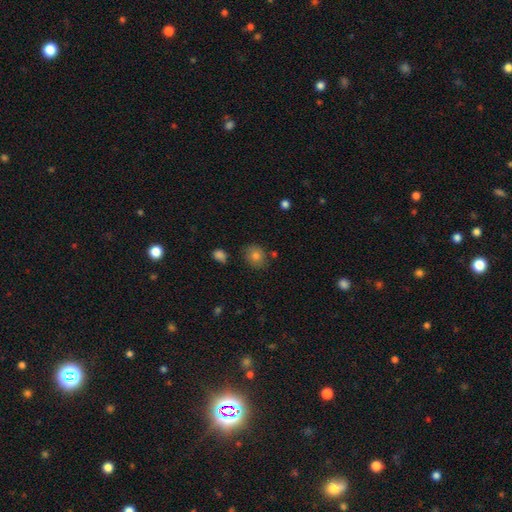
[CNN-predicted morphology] A smooth galaxy with no disk features (79%) that is round (63%).

Vote fractions:
- Smooth or featured? smooth: 79% / star or artifact: 11% / featured or disk: 10%
- How rounded? round: 63% / in between: 36% / cigar-shaped: 1%
- Merging? none: 79% / minor disturbance: 14% / merger: 4% / major disturbance: 3%